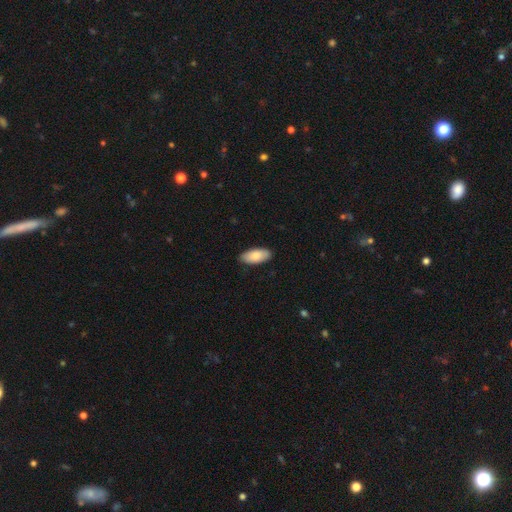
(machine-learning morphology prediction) smooth-or-featured: smooth: 85% | featured or disk: 10% | star or artifact: 6%
  how-rounded: in between: 90% | cigar-shaped: 9% | round: 2%
  merging: none: 88% | minor disturbance: 9% | major disturbance: 2% | merger: 1%